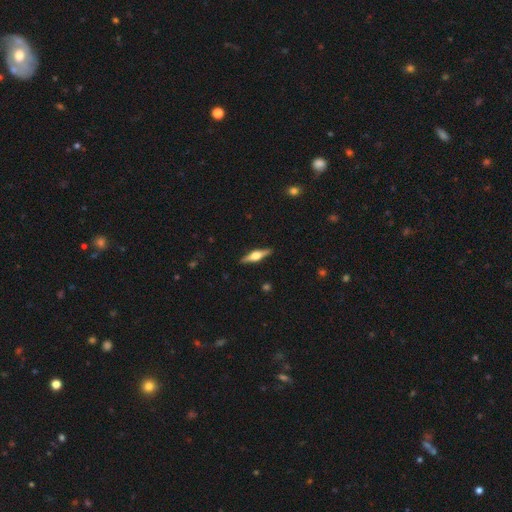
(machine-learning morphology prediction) type=featured or disk (69%); edge-on=yes (97%); edge-on bulge=rounded (93%); merging=none (90%).